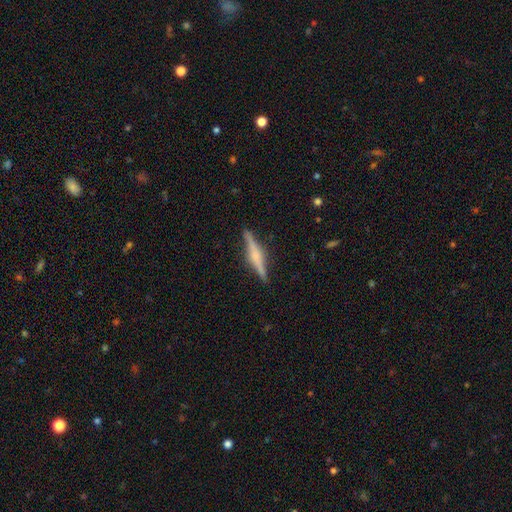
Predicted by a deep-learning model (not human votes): Smooth or featured? Predicted: featured or disk (p=0.73). Edge-on disk? Predicted: yes (p=0.98). Edge-on bulge? Predicted: rounded (p=0.71). Merging? Predicted: none (p=0.89).